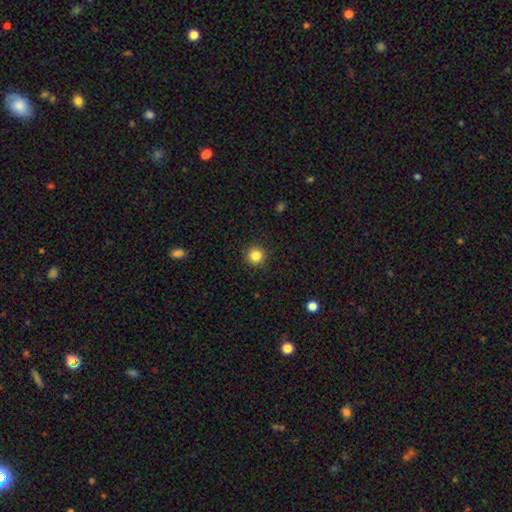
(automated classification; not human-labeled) smooth-or-featured: smooth: 84% | star or artifact: 11% | featured or disk: 4%
  how-rounded: round: 95% | in between: 4% | cigar-shaped: 1%
  merging: none: 92% | minor disturbance: 5% | major disturbance: 2% | merger: 1%